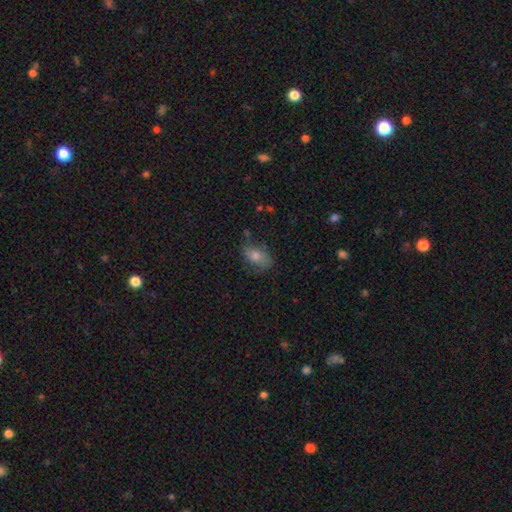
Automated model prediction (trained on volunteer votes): The model was most divided on "merging": none: 63%, minor disturbance: 25%, major disturbance: 9%, merger: 3%. More confident: how rounded — in between (83%); smooth or featured — smooth (65%).